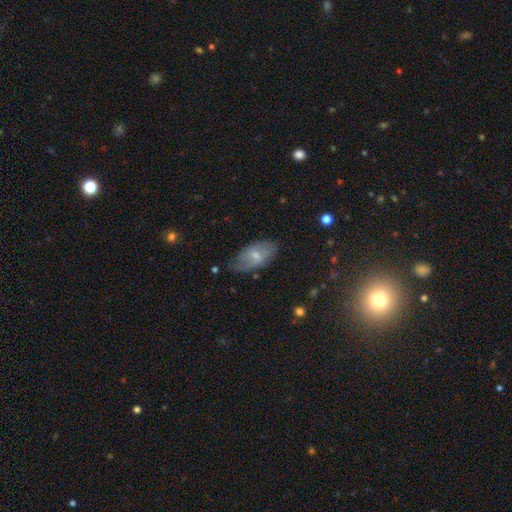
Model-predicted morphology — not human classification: This is possibly a smooth galaxy (56%). How rounded: clearly in between (92%). Merging: likely none (64%).